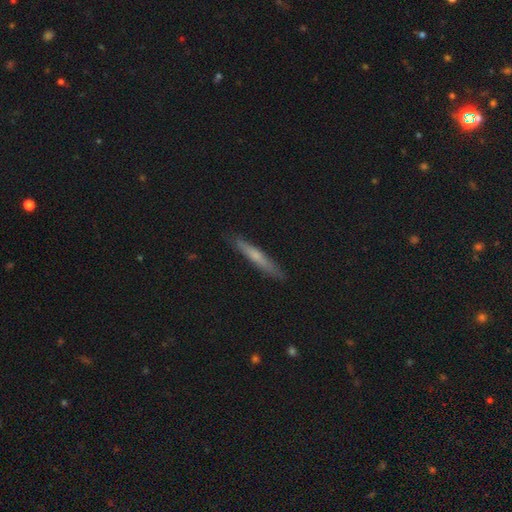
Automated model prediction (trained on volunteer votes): Smooth or featured: smooth — 52% (featured or disk — 41%)
How rounded: cigar-shaped — 94% (in between — 4%)
Merging: none — 87% (minor disturbance — 10%)